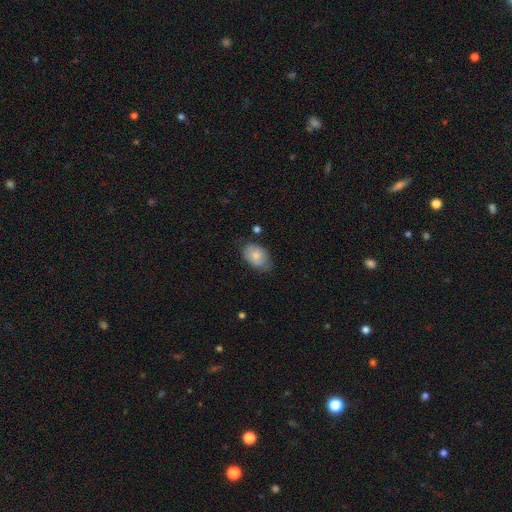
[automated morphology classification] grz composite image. It shows a smooth galaxy with no disk features (80%) that is in between round and cigar-shaped (86%). Merging: none (64%).